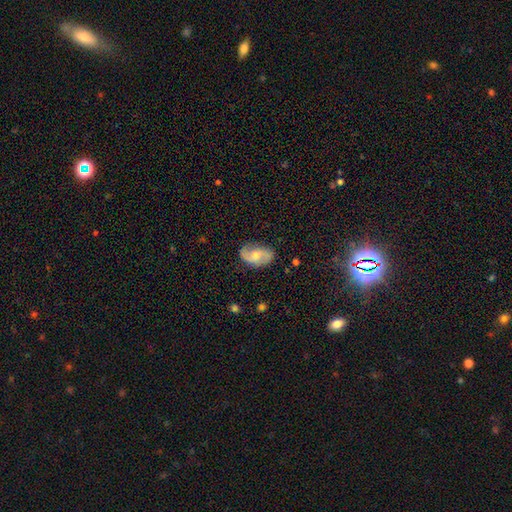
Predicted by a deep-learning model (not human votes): Morphology: type=featured or disk (64%); edge-on=no (97%); bar=no (54%); spiral arms=yes (92%); winding=loose (51%); arm count=2 (86%); bulge=moderate (51%); merging=none (74%).